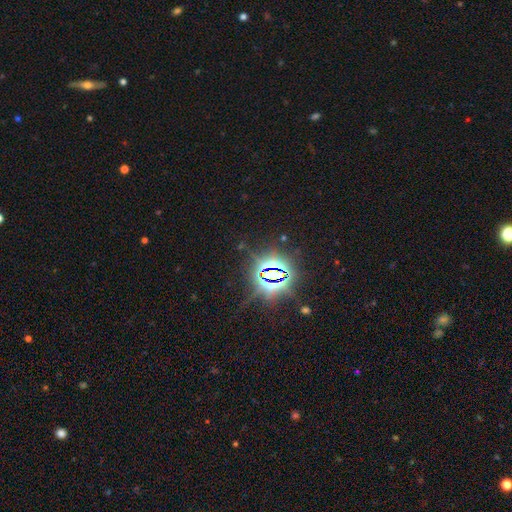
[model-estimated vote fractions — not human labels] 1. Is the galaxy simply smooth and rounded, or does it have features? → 85% star or artifact, 9% smooth, 6% featured or disk.